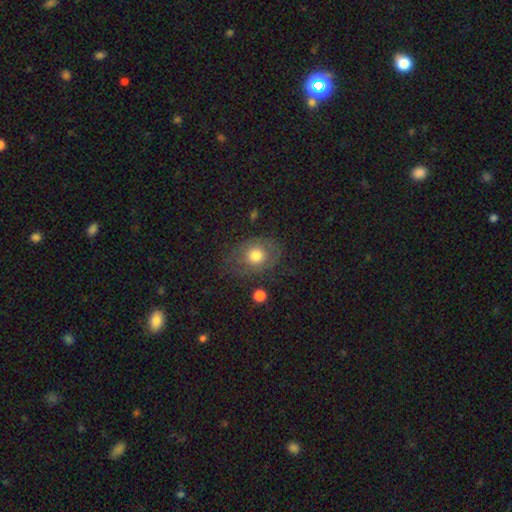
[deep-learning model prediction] Q: Smooth or featured?
A: smooth (62%); runner-up: featured or disk (29%)
Q: How rounded?
A: in between (53%); runner-up: round (46%)
Q: Merging?
A: none (65%); runner-up: minor disturbance (21%)